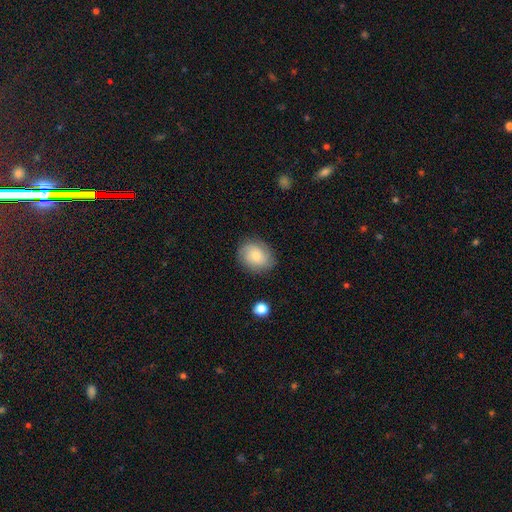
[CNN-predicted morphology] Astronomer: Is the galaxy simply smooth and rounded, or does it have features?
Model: smooth — 55% (runner-up: featured or disk, 36%).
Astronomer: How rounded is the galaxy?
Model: round — 52% (runner-up: in between, 47%).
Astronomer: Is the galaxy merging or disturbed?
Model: none — 81%.